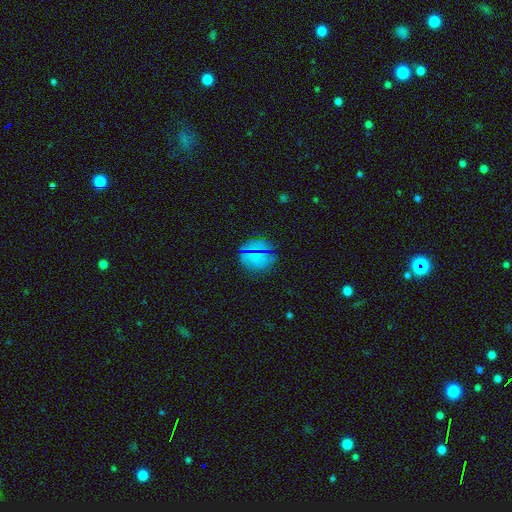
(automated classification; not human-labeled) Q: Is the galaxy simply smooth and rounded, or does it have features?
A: smooth — 69%.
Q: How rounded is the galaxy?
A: round — 82%.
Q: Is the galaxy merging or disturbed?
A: none — 78%.